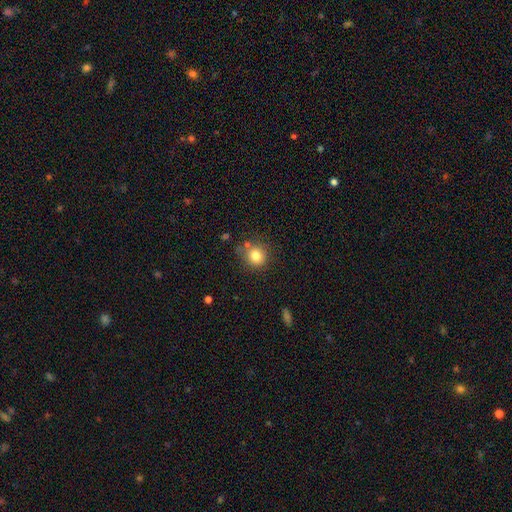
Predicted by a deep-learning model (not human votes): Overall: smooth (81%). How rounded: round (87%). Merging: none (72%).